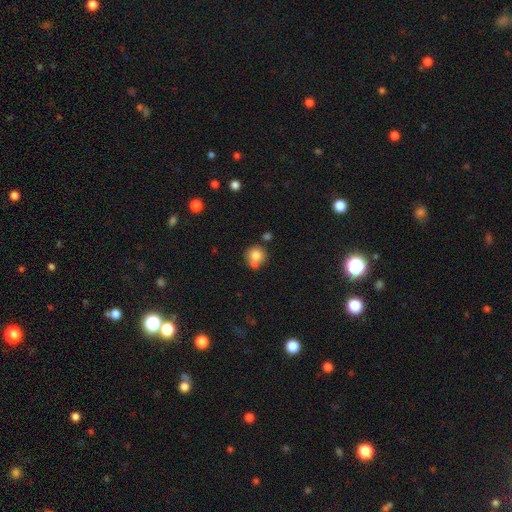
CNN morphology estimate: smooth 79%, featured or disk 11%, star or artifact 10%. Down the decision tree: how rounded — round (89%); merging — none (55%).